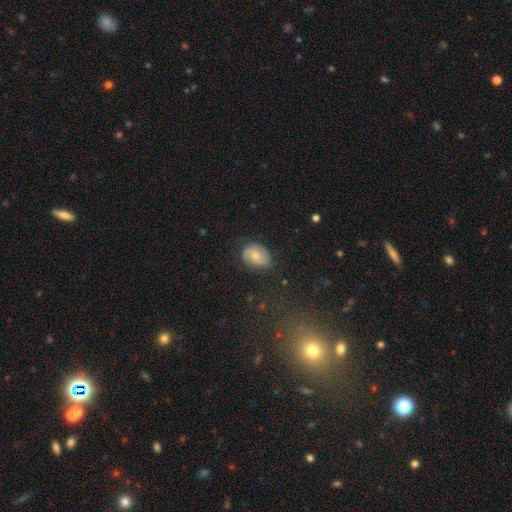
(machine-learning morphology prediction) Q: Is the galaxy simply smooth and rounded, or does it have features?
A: smooth — 61%.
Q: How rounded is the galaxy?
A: in between — 70%.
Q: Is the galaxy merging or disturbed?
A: none — 65%.